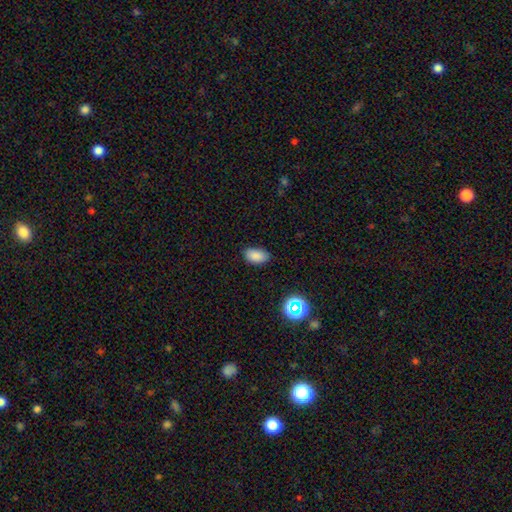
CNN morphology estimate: The model was most divided on "merging": none: 80%, minor disturbance: 16%, major disturbance: 3%, merger: 1%. More confident: how rounded — in between (91%); smooth or featured — smooth (84%).